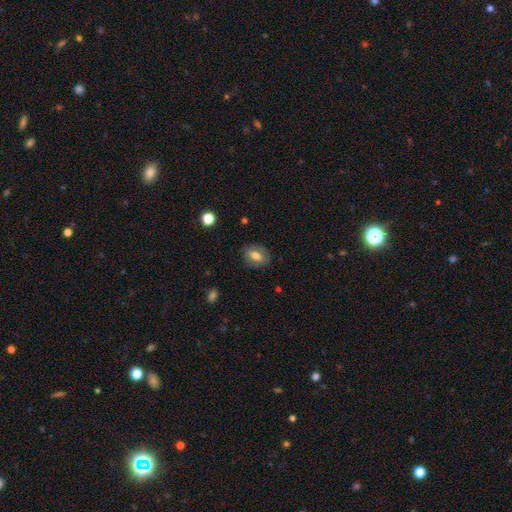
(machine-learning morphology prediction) A smooth galaxy with no disk features (67%) that is in between round and cigar-shaped (80%).

Vote fractions:
- Smooth or featured? smooth: 67% / featured or disk: 25% / star or artifact: 9%
- How rounded? in between: 80% / round: 17% / cigar-shaped: 3%
- Merging? none: 80% / minor disturbance: 14% / major disturbance: 5% / merger: 1%